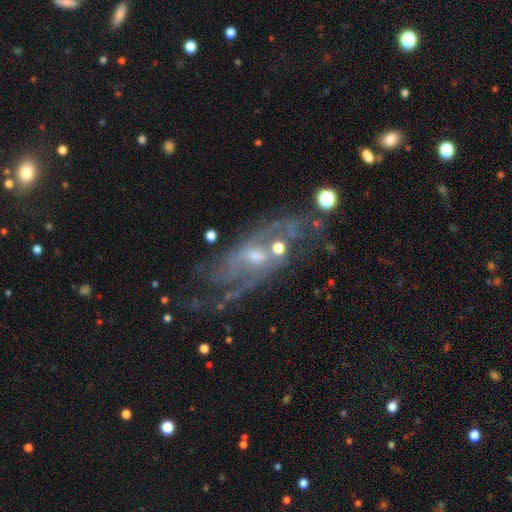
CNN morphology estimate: smooth-or-featured: featured or disk: 81% | star or artifact: 11% | smooth: 8%
  disk-edge-on: no: 89% | yes: 11%
    bar: no: 50% | weak: 38% | strong: 12%
    has-spiral-arms: yes: 88% | no: 12%
      spiral-winding: medium: 42% | tight: 36% | loose: 22%
      spiral-arm-count: can't tell: 38% | 2: 29% | 3: 13% | 4: 7% | 1: 7% | more than 4: 6%
    bulge-size: small: 55% | moderate: 38% | none: 4% | large: 2% | dominant: 1%
  merging: none: 60% | minor disturbance: 18% | major disturbance: 14% | merger: 8%